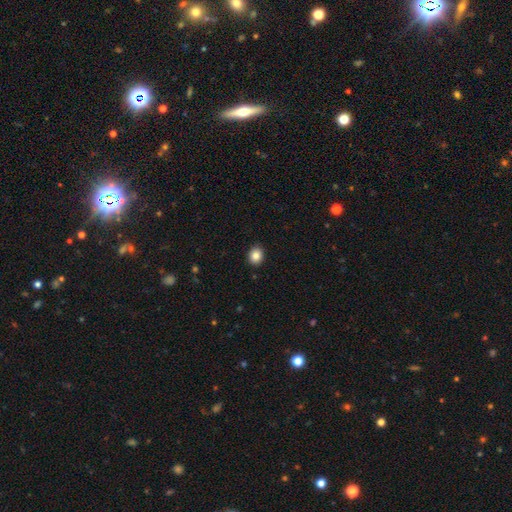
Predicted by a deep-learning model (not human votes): smooth_or_featured: smooth (p=0.84) [alt: star or artifact p=0.10]
how_rounded: round (p=0.63) [alt: in between p=0.36]
merging: none (p=0.91) [alt: minor disturbance p=0.06]